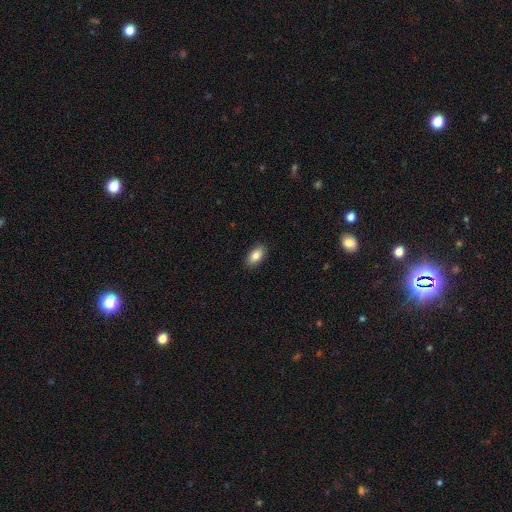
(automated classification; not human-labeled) smooth-or-featured: smooth: 85% | featured or disk: 8% | star or artifact: 7%
  how-rounded: in between: 92% | round: 4% | cigar-shaped: 3%
  merging: none: 89% | minor disturbance: 8% | major disturbance: 2% | merger: 1%